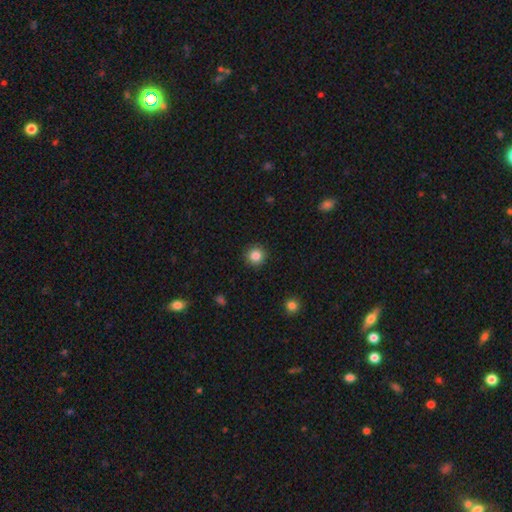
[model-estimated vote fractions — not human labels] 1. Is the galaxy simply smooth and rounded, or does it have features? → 85% smooth, 10% star or artifact, 5% featured or disk.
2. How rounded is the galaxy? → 95% round, 4% in between, 1% cigar-shaped.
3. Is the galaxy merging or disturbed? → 92% none, 6% minor disturbance, 2% major disturbance, 1% merger.